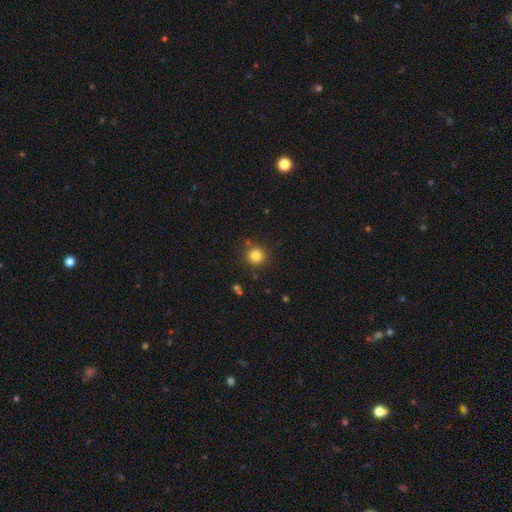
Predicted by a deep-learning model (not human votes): The model was most divided on "smooth or featured": smooth: 82%, star or artifact: 12%, featured or disk: 6%. More confident: how rounded — round (92%); merging — none (84%).